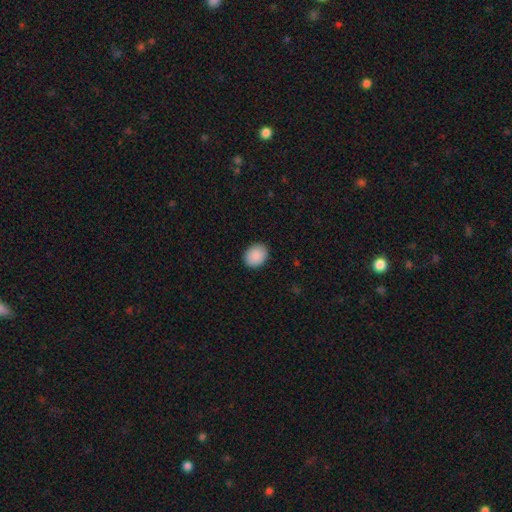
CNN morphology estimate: Q: Smooth or featured?
A: smooth (90%); runner-up: star or artifact (7%)
Q: How rounded?
A: round (54%); runner-up: in between (46%)
Q: Merging?
A: none (90%); runner-up: minor disturbance (8%)